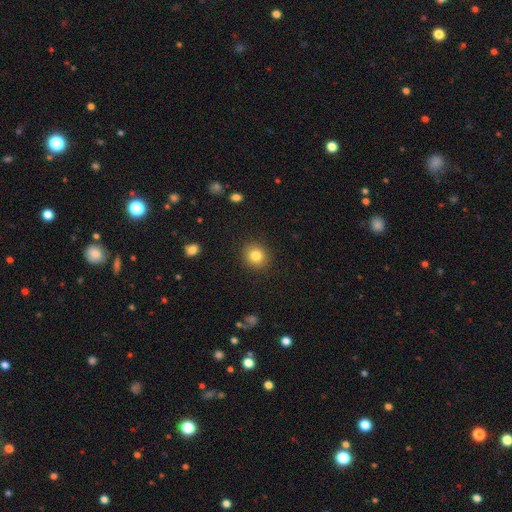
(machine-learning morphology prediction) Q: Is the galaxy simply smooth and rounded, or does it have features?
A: smooth — 83%.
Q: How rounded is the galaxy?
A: round — 86%.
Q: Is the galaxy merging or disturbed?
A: none — 90%.